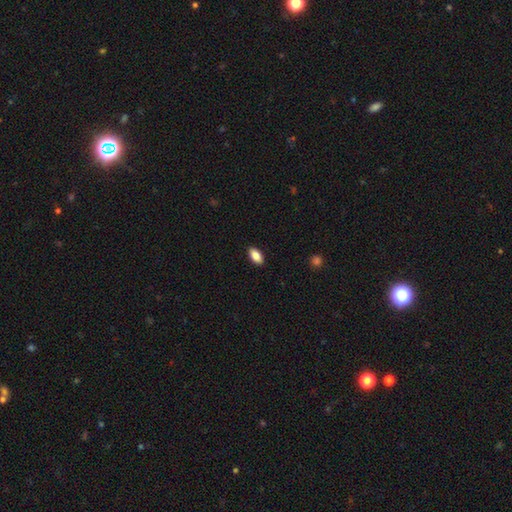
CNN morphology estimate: type=smooth (85%); roundness=in between (91%); merging=none (90%).